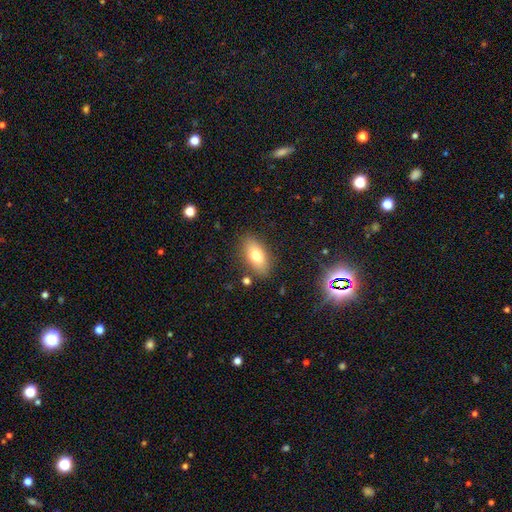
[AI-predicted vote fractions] Overall: smooth (75%). How rounded: in between (87%). Merging: none (84%).